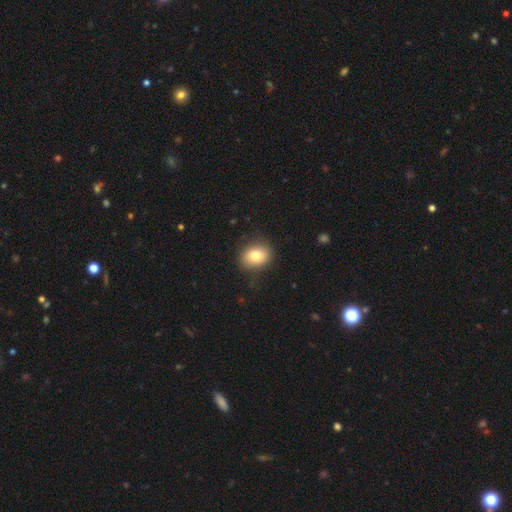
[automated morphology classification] smooth_or_featured: smooth (p=0.81) [alt: featured or disk p=0.10]
how_rounded: in between (p=0.57) [alt: round p=0.41]
merging: none (p=0.84) [alt: minor disturbance p=0.12]